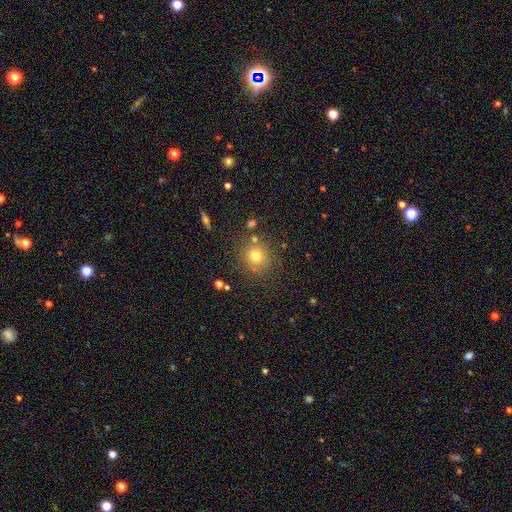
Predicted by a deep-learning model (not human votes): A smooth galaxy with no disk features (72%) that is round (90%). Merging: none (78%).